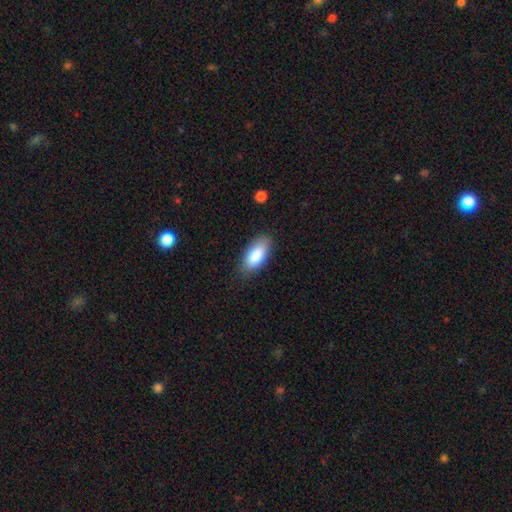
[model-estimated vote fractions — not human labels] Q: Smooth or featured?
A: smooth (86%); runner-up: featured or disk (8%)
Q: How rounded?
A: in between (90%); runner-up: cigar-shaped (8%)
Q: Merging?
A: none (82%); runner-up: minor disturbance (14%)